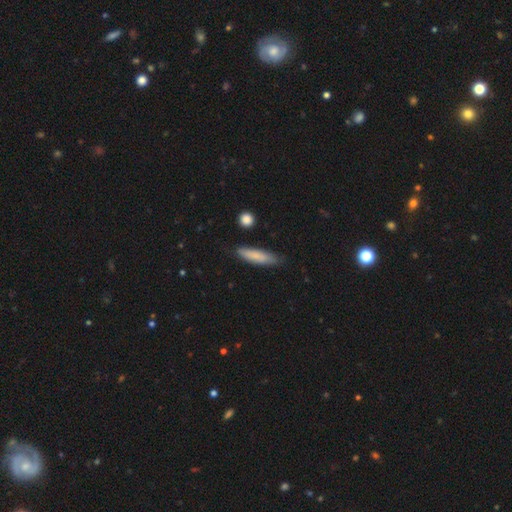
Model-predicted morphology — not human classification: smooth-or-featured: smooth: 80% | featured or disk: 14% | star or artifact: 6%
  how-rounded: cigar-shaped: 75% | in between: 23% | round: 2%
  merging: none: 79% | minor disturbance: 16% | major disturbance: 3% | merger: 2%